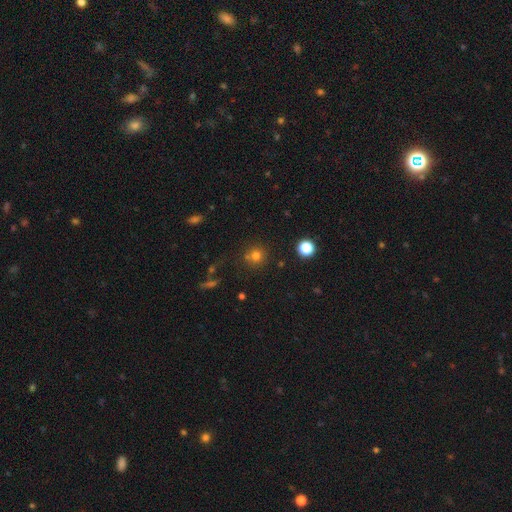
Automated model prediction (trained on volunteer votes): smooth_or_featured: smooth (p=0.74) [alt: star or artifact p=0.18]
how_rounded: round (p=0.92) [alt: in between p=0.07]
merging: none (p=0.74) [alt: merger p=0.14]